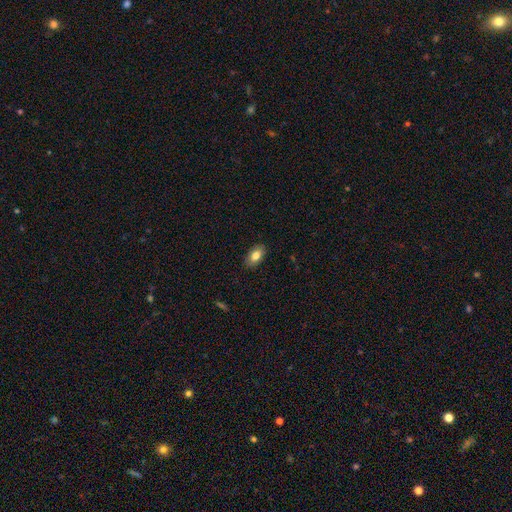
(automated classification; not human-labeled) This appears to be a smooth galaxy with no disk features (81%) that is in between round and cigar-shaped (91%). Merging: none (87%).